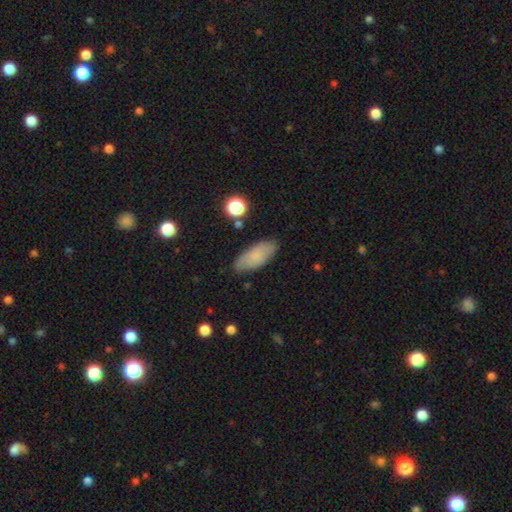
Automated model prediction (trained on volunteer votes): Smooth or featured: smooth — 81% (featured or disk — 11%)
How rounded: in between — 85% (cigar-shaped — 13%)
Merging: none — 82% (minor disturbance — 13%)